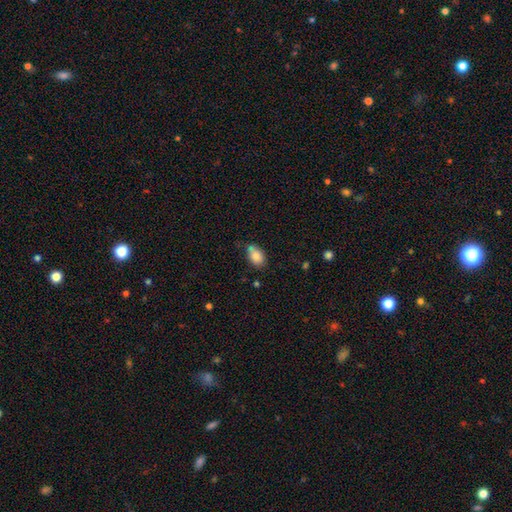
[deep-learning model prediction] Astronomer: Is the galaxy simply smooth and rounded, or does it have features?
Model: smooth — 84%.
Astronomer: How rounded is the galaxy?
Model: in between — 87%.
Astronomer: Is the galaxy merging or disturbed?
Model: none — 59%.